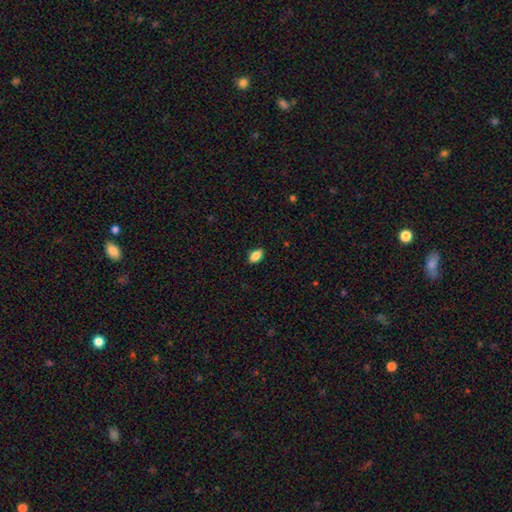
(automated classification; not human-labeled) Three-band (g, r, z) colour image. It shows a smooth galaxy with no disk features (86%) that is in between round and cigar-shaped (90%). Merging: none (87%).